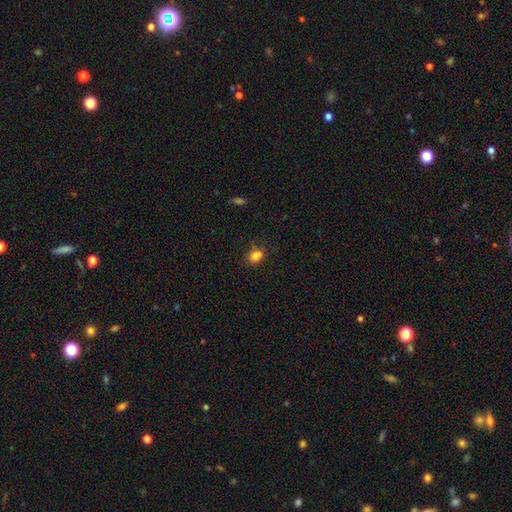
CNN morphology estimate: Smooth or featured? Predicted: smooth (p=0.81). How rounded? Predicted: in between (p=0.53). Merging? Predicted: none (p=0.70).